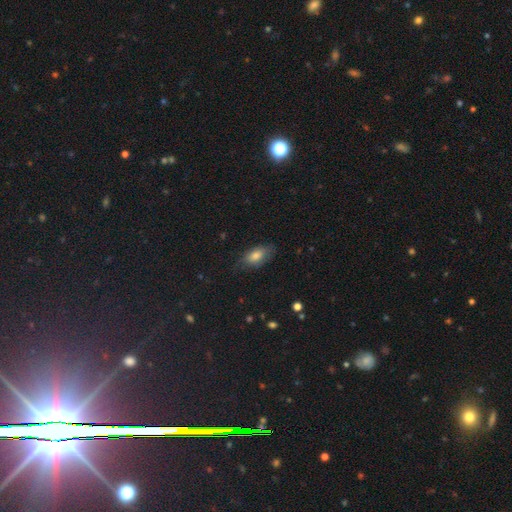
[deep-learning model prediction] smooth 74%, featured or disk 16%, star or artifact 10%. Down the decision tree: how rounded — in between (88%); merging — none (74%).